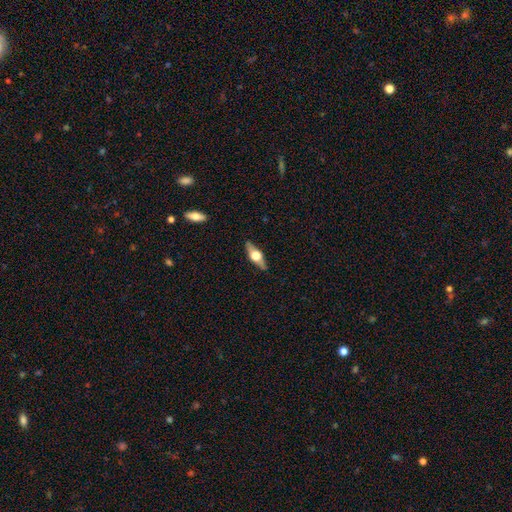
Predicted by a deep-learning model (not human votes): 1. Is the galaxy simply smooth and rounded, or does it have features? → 67% featured or disk, 27% smooth, 6% star or artifact.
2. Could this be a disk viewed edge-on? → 94% yes, 6% no.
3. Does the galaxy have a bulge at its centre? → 95% rounded, 4% boxy, 1% none.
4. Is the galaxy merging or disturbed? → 87% none, 10% minor disturbance, 2% major disturbance, 1% merger.